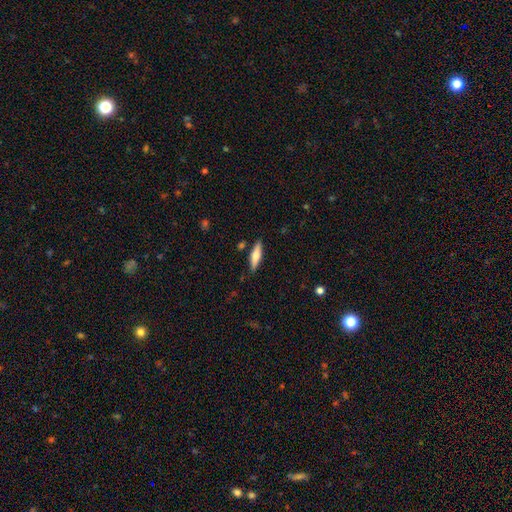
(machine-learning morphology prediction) A smooth galaxy with no disk features (50%). Merging: none (86%).